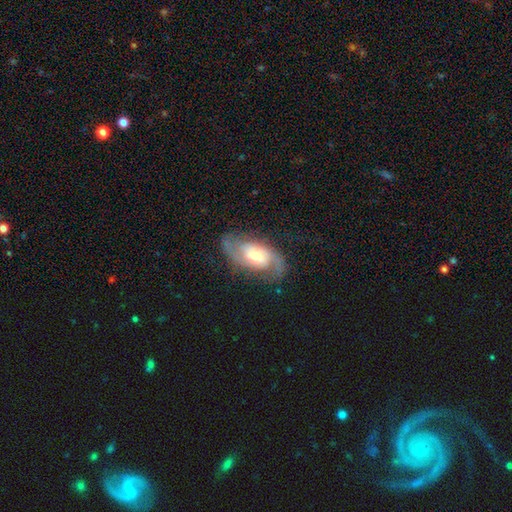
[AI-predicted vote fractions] This is likely a featured or disk galaxy (80%). It is clearly not viewed edge-on (94%). Bar: possibly no (54%). Spiral arm pattern: clearly yes (94%). Spiral arm count: clearly 2 (86%). Spiral winding: possibly medium (47%). Central bulge: likely moderate (61%). Merging: likely none (73%).